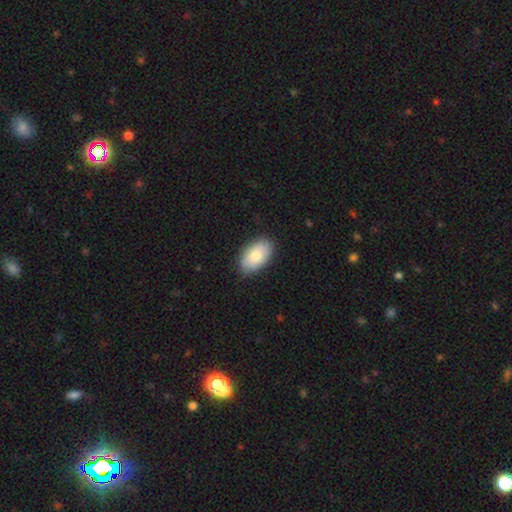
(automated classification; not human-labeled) This is clearly a smooth galaxy (81%). How rounded: clearly in between (94%). Merging: clearly none (85%).